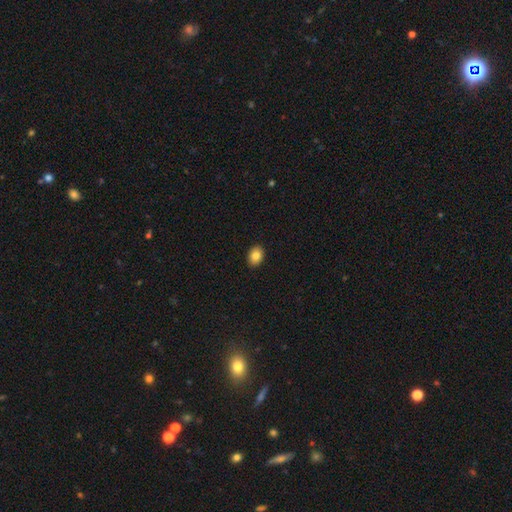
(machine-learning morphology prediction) This is clearly a smooth galaxy (84%). How rounded: likely in between (73%). Merging: clearly none (91%).